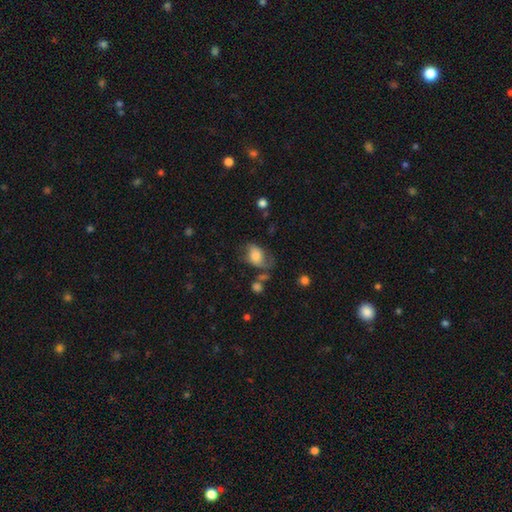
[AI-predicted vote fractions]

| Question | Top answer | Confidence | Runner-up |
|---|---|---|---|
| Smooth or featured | smooth | 65% | featured or disk (26%) |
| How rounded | in between | 76% | round (23%) |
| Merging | none | 35% | major disturbance (29%) |